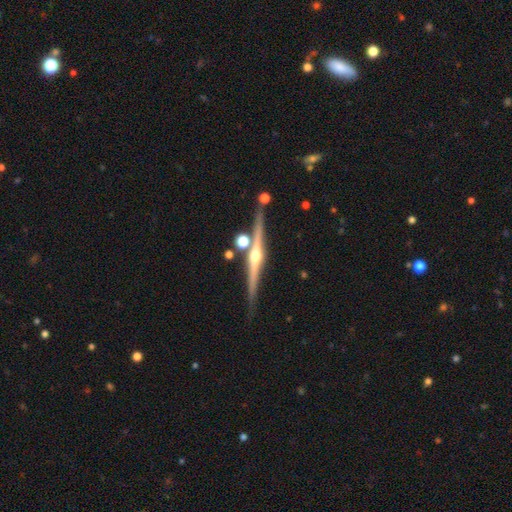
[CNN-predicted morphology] This is clearly a featured or disk galaxy (84%). It is clearly viewed edge-on (98%). Edge-on bulge: clearly rounded (94%). Merging: clearly none (80%).